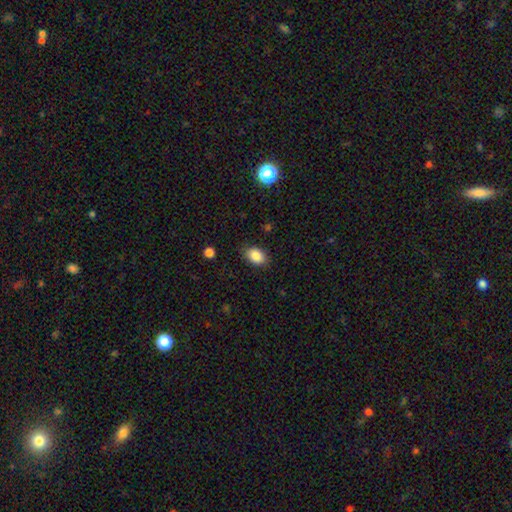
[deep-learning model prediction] Smooth or featured? smooth (86%)
How rounded? in between (83%)
Merging? none (83%)